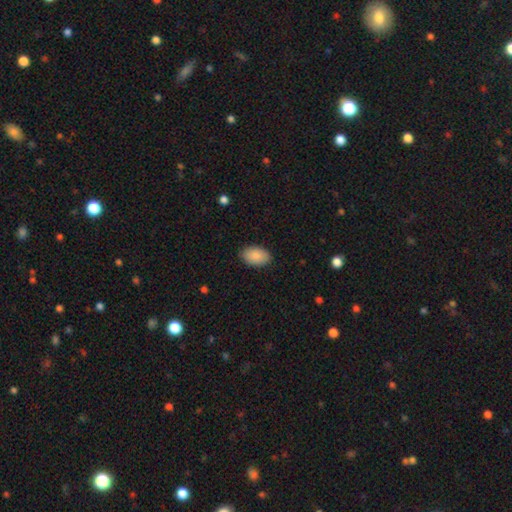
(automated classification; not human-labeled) A smooth galaxy with no disk features (89%) that is in between round and cigar-shaped (93%).

Vote fractions:
- Smooth or featured? smooth: 89% / star or artifact: 6% / featured or disk: 5%
- How rounded? in between: 93% / round: 6% / cigar-shaped: 1%
- Merging? none: 87% / minor disturbance: 10% / major disturbance: 2% / merger: 1%